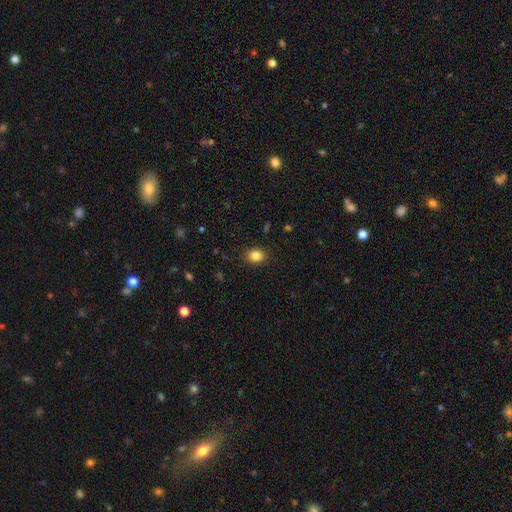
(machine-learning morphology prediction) This appears to be a smooth galaxy with no disk features (84%) that is in between round and cigar-shaped (58%). Merging: none (88%).